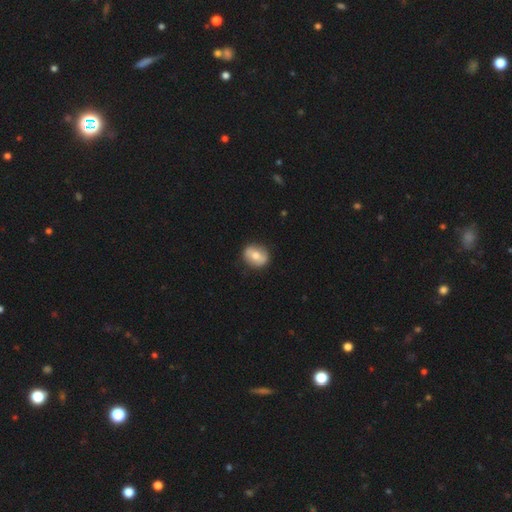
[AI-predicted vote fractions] A smooth galaxy with no disk features (56%) that is round (57%).

Vote fractions:
- Smooth or featured? smooth: 56% / featured or disk: 37% / star or artifact: 7%
- How rounded? round: 57% / in between: 42% / cigar-shaped: 2%
- Merging? none: 86% / minor disturbance: 10% / major disturbance: 3% / merger: 1%